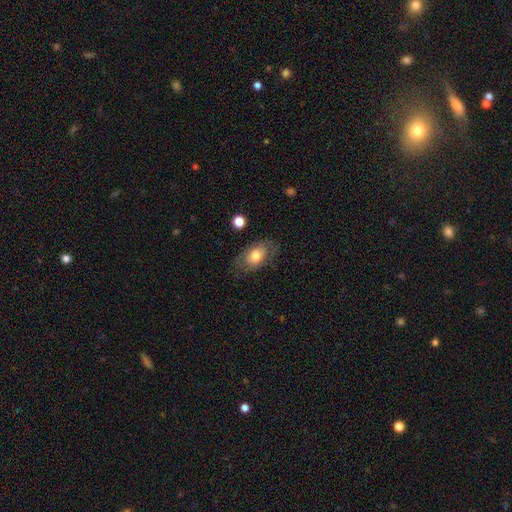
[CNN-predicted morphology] smooth_or_featured: smooth (p=0.63) [alt: featured or disk p=0.29]
how_rounded: in between (p=0.86) [alt: round p=0.12]
merging: none (p=0.70) [alt: minor disturbance p=0.19]